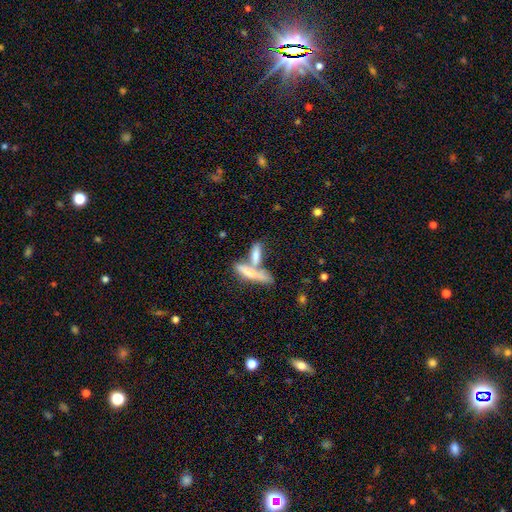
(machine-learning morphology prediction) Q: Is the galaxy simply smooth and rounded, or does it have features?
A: smooth — 68%.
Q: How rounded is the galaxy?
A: cigar-shaped — 66%.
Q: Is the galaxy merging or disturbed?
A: merger — 51%.